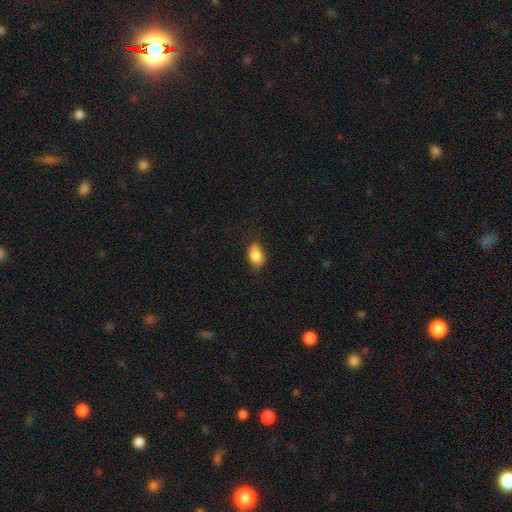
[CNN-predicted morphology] Smooth or featured?
  - smooth: 84% *
  - featured or disk: 8%
  - star or artifact: 8%
How rounded?
  - in between: 83% *
  - round: 15%
  - cigar-shaped: 2%
Merging?
  - none: 76% *
  - minor disturbance: 20%
  - major disturbance: 4%
  - merger: 1%